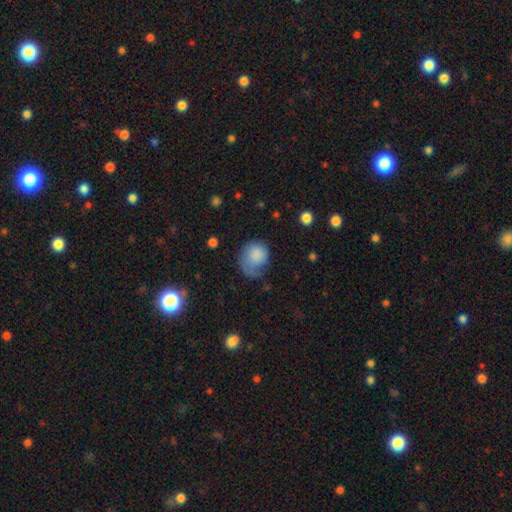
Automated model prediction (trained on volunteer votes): smooth_or_featured: smooth (p=0.80) [alt: featured or disk p=0.13]
how_rounded: round (p=0.71) [alt: in between p=0.28]
merging: none (p=0.36) [alt: minor disturbance p=0.31]